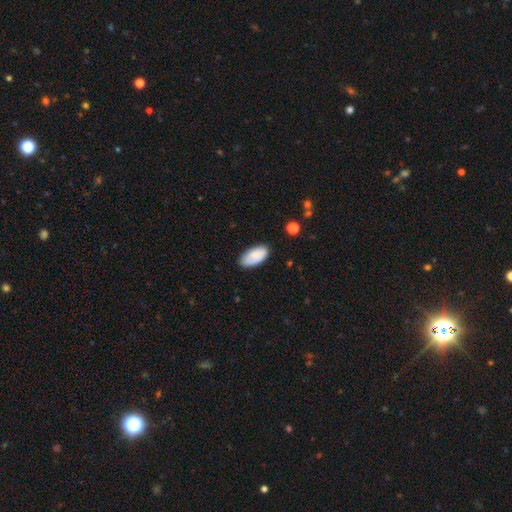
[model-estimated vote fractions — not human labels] Smooth or featured: smooth — 82% (featured or disk — 12%)
How rounded: in between — 95% (cigar-shaped — 3%)
Merging: none — 81% (minor disturbance — 15%)